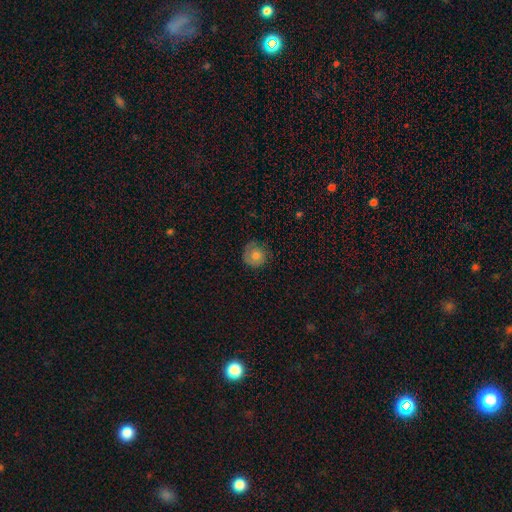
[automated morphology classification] This is possibly a smooth galaxy (59%). How rounded: clearly round (87%). Merging: likely none (72%).